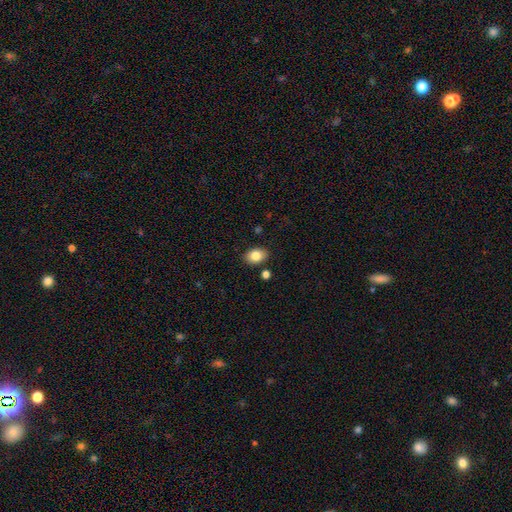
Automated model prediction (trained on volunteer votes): Smooth or featured: smooth — 84% (featured or disk — 8%)
How rounded: in between — 76% (round — 23%)
Merging: none — 85% (minor disturbance — 9%)